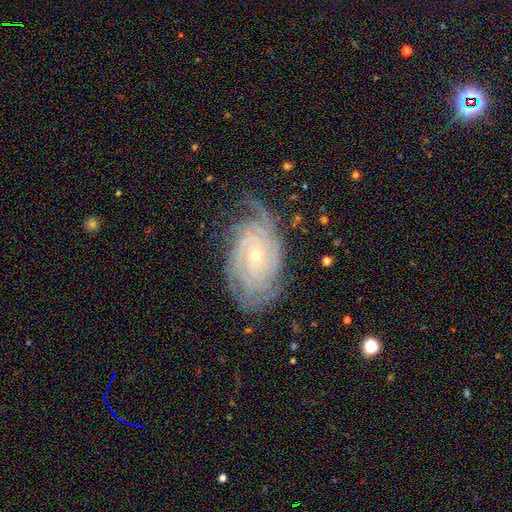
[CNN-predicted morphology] Smooth or featured? featured or disk (89%)
Edge-on disk? no (96%)
Bar? no (68%)
Spiral arms? yes (98%)
Spiral winding? tight (81%)
Spiral arm count? 4 (26%)
Bulge size? small (76%)
Merging? none (70%)